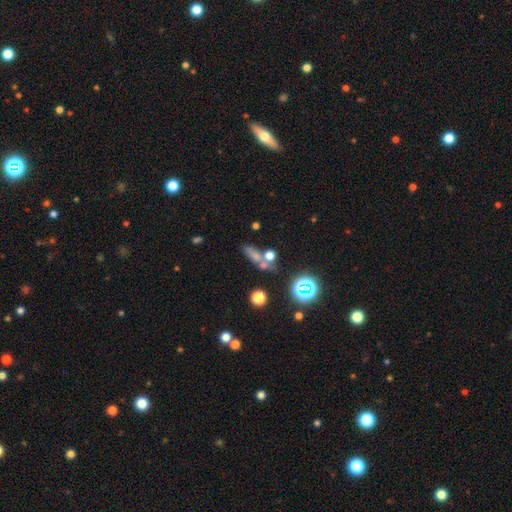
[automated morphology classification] Smooth or featured?
  - smooth: 57% *
  - star or artifact: 24%
  - featured or disk: 19%
How rounded?
  - in between: 43% *
  - round: 31%
  - cigar-shaped: 26%
Merging?
  - none: 46% *
  - merger: 36%
  - minor disturbance: 11%
  - major disturbance: 7%